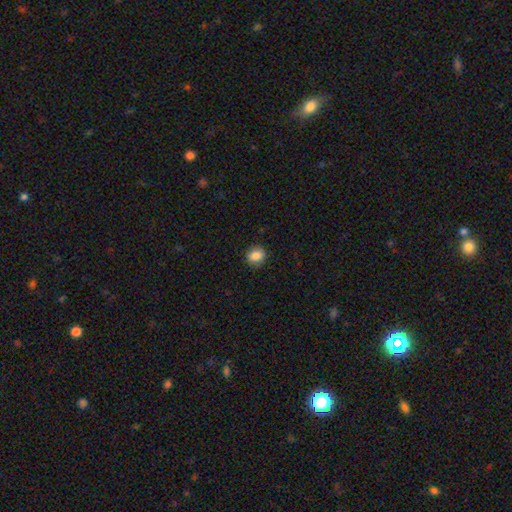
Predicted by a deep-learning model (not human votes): smooth 85%, star or artifact 9%, featured or disk 6%. Down the decision tree: how rounded — round (67%); merging — none (87%).